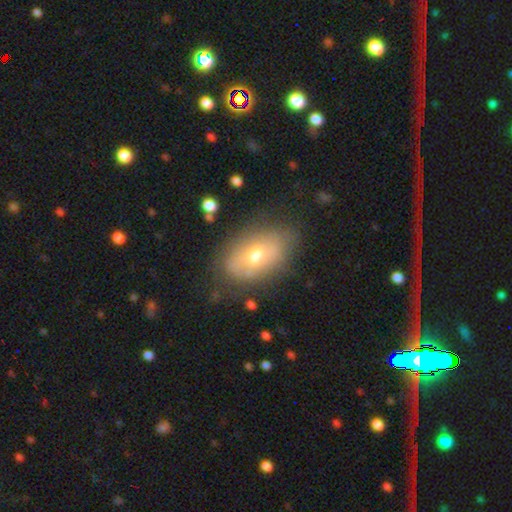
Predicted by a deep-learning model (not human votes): Smooth or featured? Predicted: smooth (p=0.53). How rounded? Predicted: in between (p=0.89). Merging? Predicted: none (p=0.74).